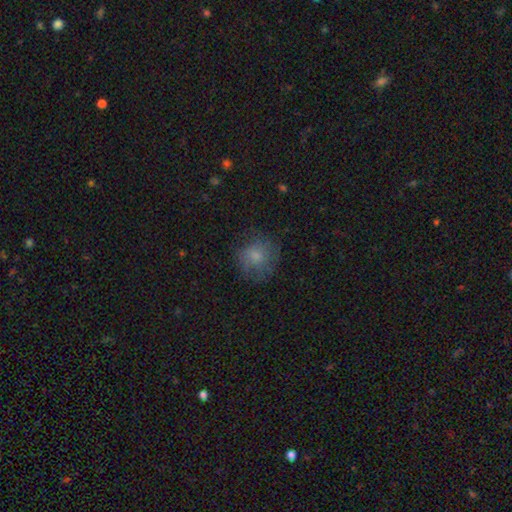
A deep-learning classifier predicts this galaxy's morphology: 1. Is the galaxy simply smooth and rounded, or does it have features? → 71% smooth, 18% featured or disk, 11% star or artifact.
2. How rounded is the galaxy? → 85% round, 14% in between, 1% cigar-shaped.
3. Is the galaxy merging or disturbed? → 66% none, 20% minor disturbance, 12% major disturbance, 1% merger.